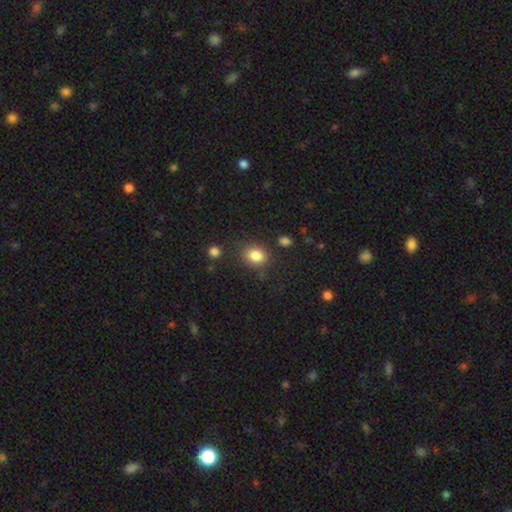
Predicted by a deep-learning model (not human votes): Smooth or featured? Predicted: smooth (p=0.84). How rounded? Predicted: round (p=0.52). Merging? Predicted: none (p=0.79).